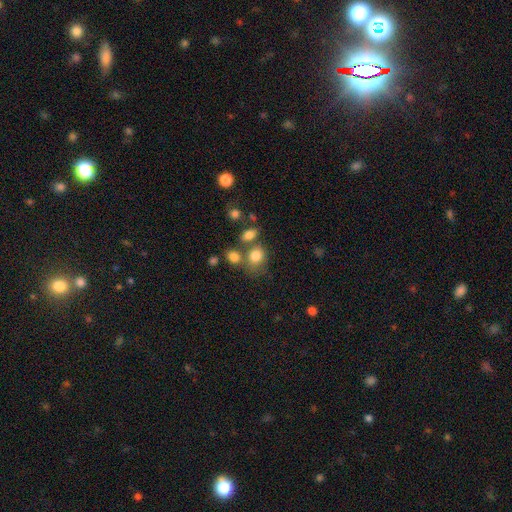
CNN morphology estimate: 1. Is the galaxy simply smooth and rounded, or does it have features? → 80% smooth, 11% star or artifact, 9% featured or disk.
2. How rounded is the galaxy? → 55% round, 44% in between, 1% cigar-shaped.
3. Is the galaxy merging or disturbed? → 53% none, 26% merger, 14% minor disturbance, 7% major disturbance.